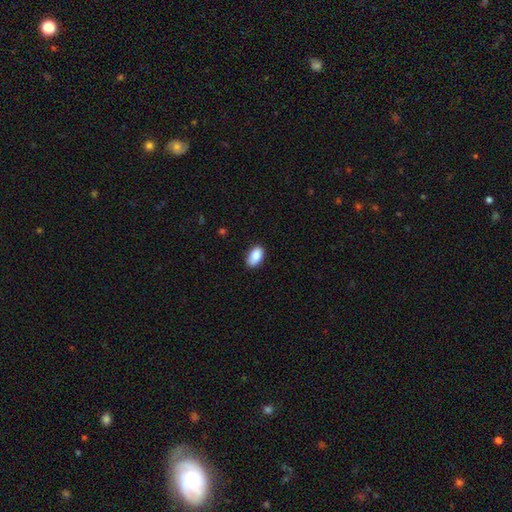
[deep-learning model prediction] Q: Smooth or featured?
A: smooth (89%); runner-up: star or artifact (7%)
Q: How rounded?
A: in between (93%); runner-up: round (5%)
Q: Merging?
A: none (84%); runner-up: minor disturbance (12%)